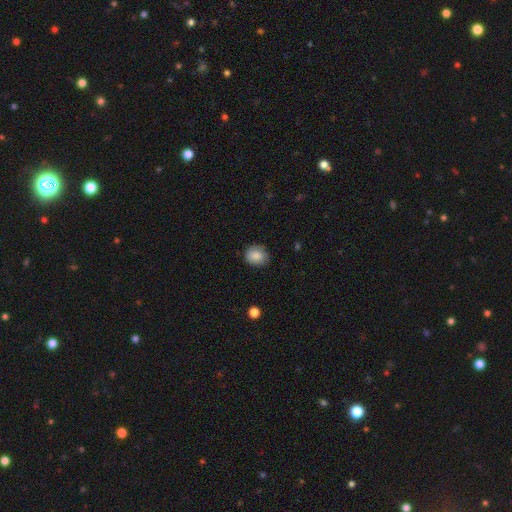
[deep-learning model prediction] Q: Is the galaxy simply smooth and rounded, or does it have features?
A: smooth — 84%.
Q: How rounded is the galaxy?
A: round — 75%.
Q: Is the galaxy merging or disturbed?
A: none — 80%.